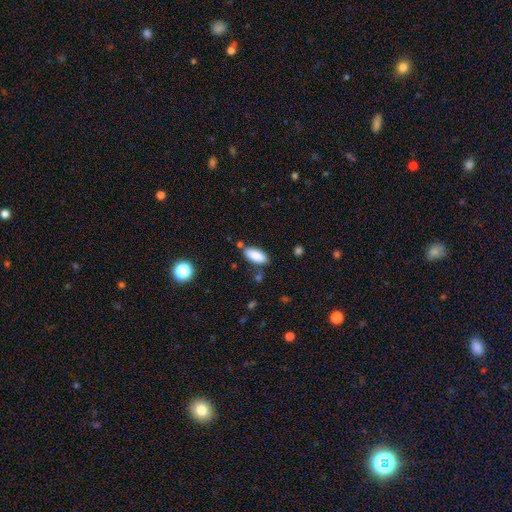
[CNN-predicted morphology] This is clearly a smooth galaxy (87%). How rounded: clearly in between (84%). Merging: likely none (78%).